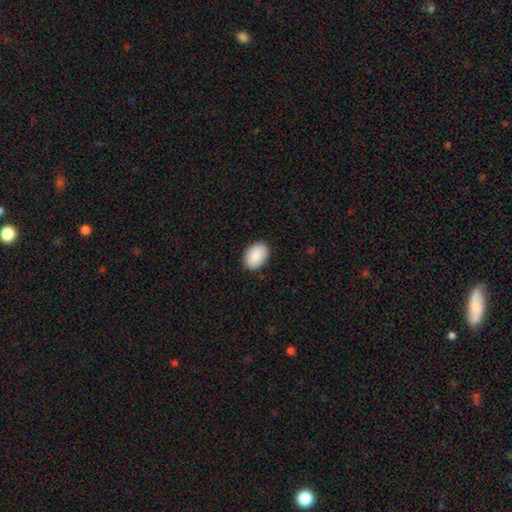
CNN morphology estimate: Smooth or featured?
  - smooth: 90% *
  - star or artifact: 6%
  - featured or disk: 4%
How rounded?
  - in between: 86% *
  - round: 13%
  - cigar-shaped: 1%
Merging?
  - none: 88% *
  - minor disturbance: 9%
  - major disturbance: 2%
  - merger: 1%